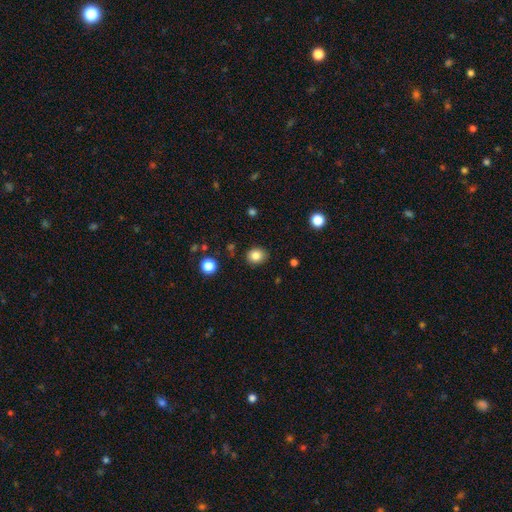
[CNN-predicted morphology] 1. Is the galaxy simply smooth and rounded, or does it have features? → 84% smooth, 11% star or artifact, 5% featured or disk.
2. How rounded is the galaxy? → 69% round, 30% in between, 1% cigar-shaped.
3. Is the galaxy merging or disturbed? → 86% none, 10% minor disturbance, 3% major disturbance, 2% merger.